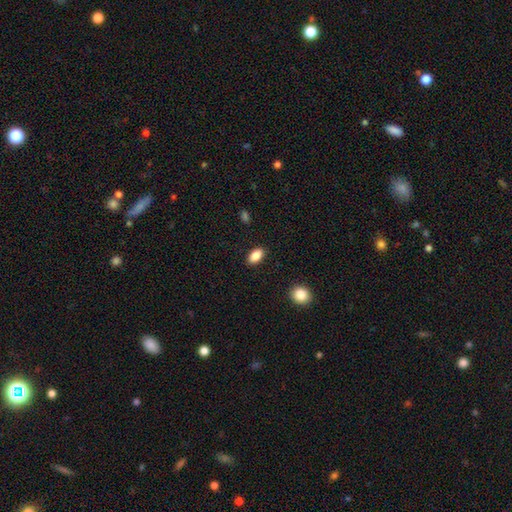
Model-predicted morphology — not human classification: This is clearly a smooth galaxy (87%). How rounded: clearly in between (91%). Merging: clearly none (89%).